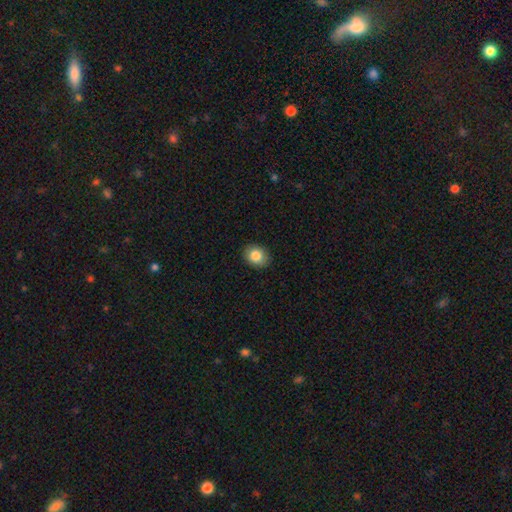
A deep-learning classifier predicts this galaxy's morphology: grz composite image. It shows a smooth galaxy with no disk features (85%) that is round (53%). Merging: none (89%).